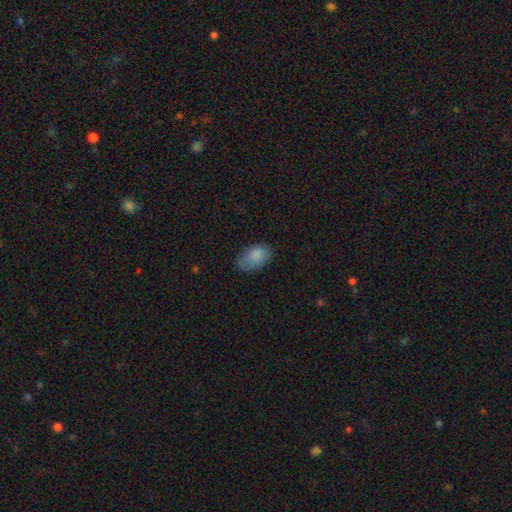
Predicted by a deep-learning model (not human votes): Smooth or featured: smooth — 86% (star or artifact — 8%)
How rounded: in between — 90% (round — 8%)
Merging: none — 70% (minor disturbance — 23%)